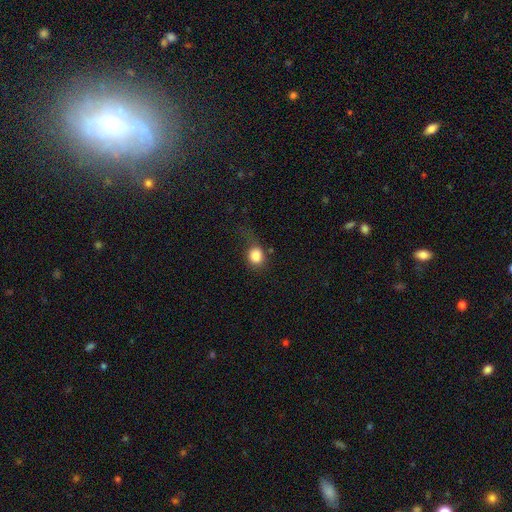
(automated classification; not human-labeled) Morphology: type=smooth (83%); roundness=round (71%); merging=none (47%).